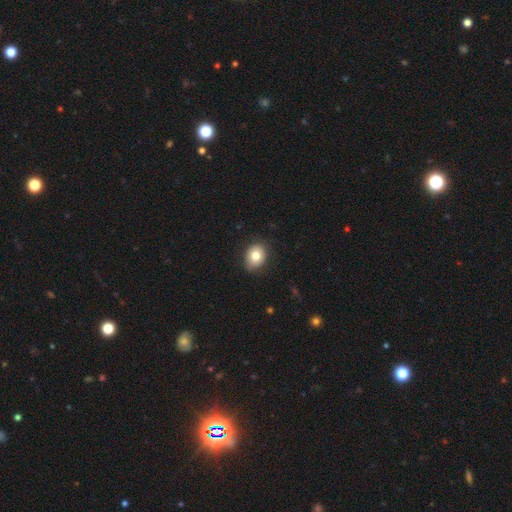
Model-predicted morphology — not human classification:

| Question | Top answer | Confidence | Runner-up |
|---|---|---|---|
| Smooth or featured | smooth | 79% | featured or disk (12%) |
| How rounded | in between | 53% | round (46%) |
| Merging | none | 81% | minor disturbance (16%) |